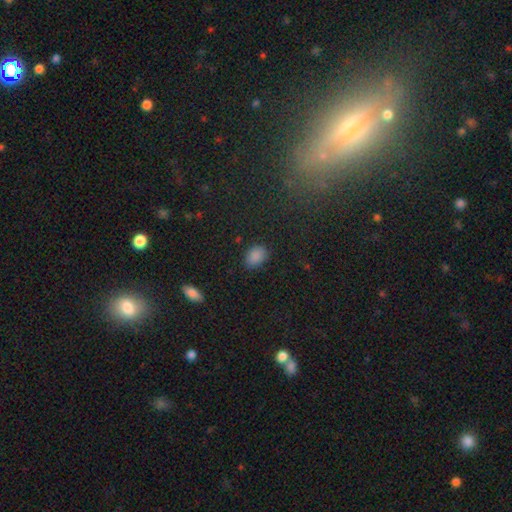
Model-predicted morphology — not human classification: This appears to be a smooth galaxy with no disk features (85%) that is in between round and cigar-shaped (80%). Merging: none (81%).